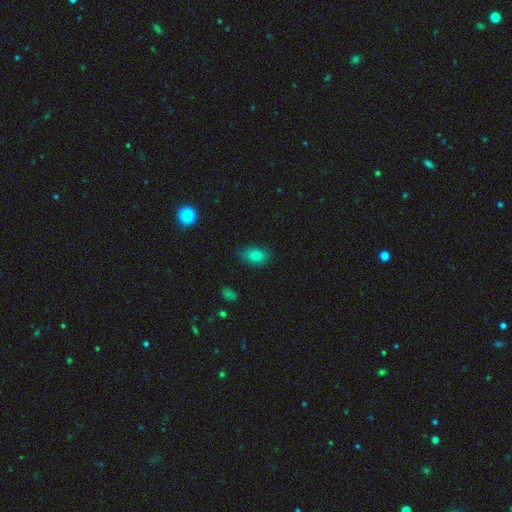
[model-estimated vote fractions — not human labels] A smooth galaxy with no disk features (83%) that is in between round and cigar-shaped (86%).

Vote fractions:
- Smooth or featured? smooth: 83% / star or artifact: 11% / featured or disk: 7%
- How rounded? in between: 86% / round: 12% / cigar-shaped: 2%
- Merging? none: 77% / minor disturbance: 18% / major disturbance: 4% / merger: 1%